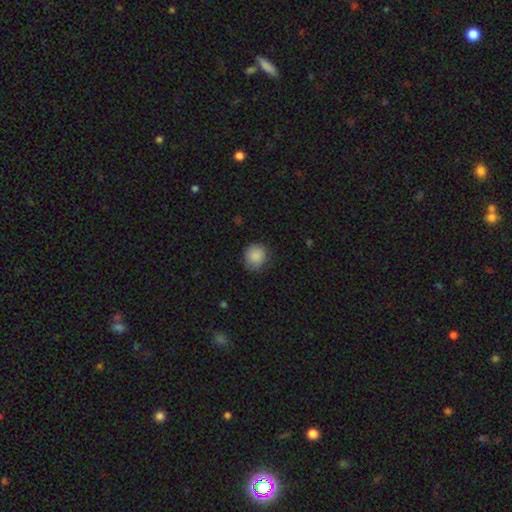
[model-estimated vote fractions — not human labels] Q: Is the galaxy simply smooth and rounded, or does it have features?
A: smooth — 88%.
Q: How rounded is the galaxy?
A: round — 84%.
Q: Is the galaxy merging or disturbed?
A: none — 80%.